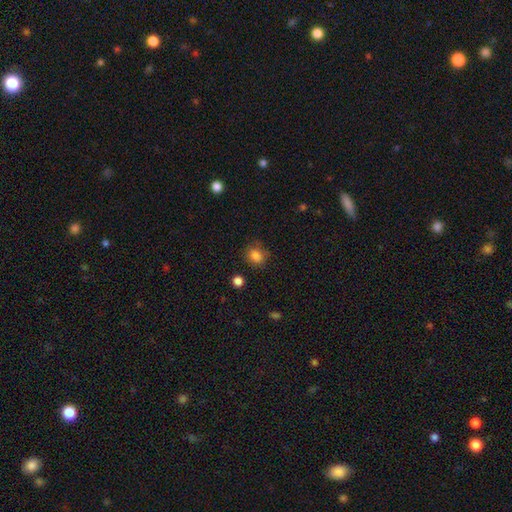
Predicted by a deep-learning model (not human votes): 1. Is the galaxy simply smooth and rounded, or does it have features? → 84% smooth, 11% star or artifact, 5% featured or disk.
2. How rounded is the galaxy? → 67% round, 32% in between, 1% cigar-shaped.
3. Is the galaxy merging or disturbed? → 77% none, 16% minor disturbance, 5% major disturbance, 3% merger.